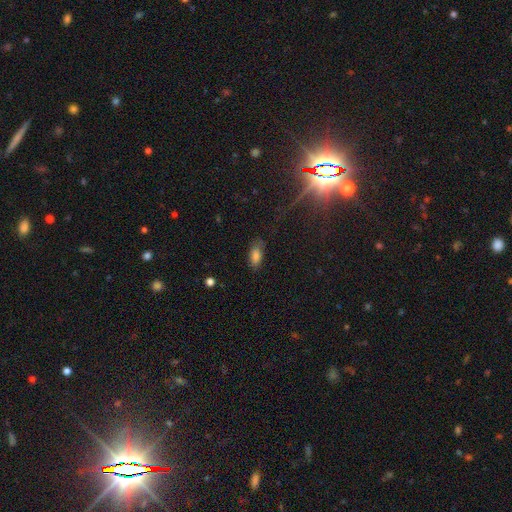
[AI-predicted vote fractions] Smooth or featured? smooth (81%)
How rounded? in between (86%)
Merging? none (73%)